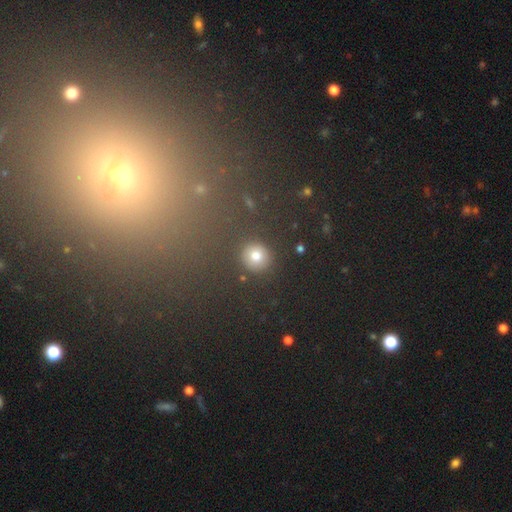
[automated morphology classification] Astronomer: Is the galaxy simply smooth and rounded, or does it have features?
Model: smooth — 77%.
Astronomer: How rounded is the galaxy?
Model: round — 91%.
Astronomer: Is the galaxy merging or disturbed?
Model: none — 88%.